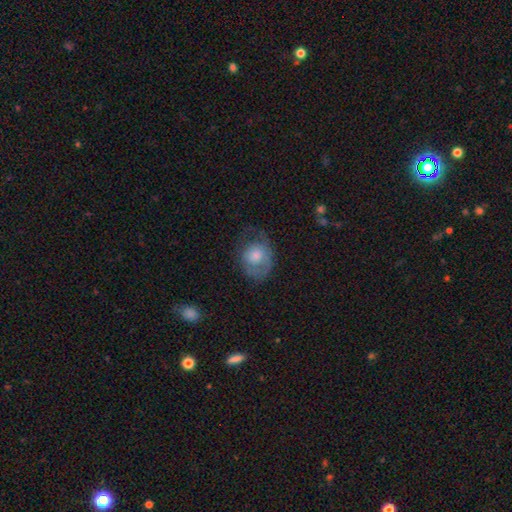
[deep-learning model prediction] smooth-or-featured: smooth: 55% | featured or disk: 37% | star or artifact: 8%
  how-rounded: round: 51% | in between: 48% | cigar-shaped: 1%
  merging: none: 47% | minor disturbance: 28% | major disturbance: 24% | merger: 2%